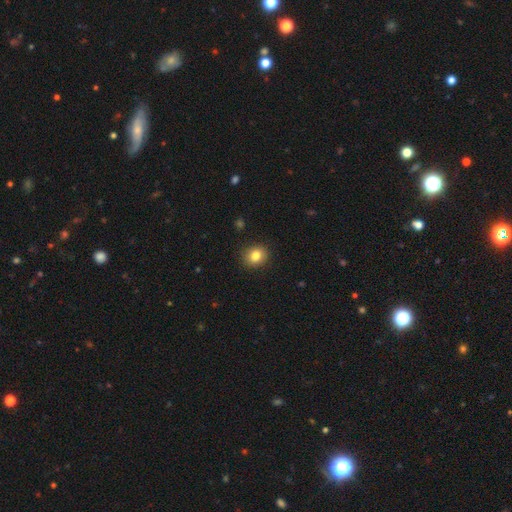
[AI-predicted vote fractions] smooth_or_featured: smooth (p=0.83) [alt: star or artifact p=0.10]
how_rounded: round (p=0.71) [alt: in between p=0.28]
merging: none (p=0.89) [alt: minor disturbance p=0.08]